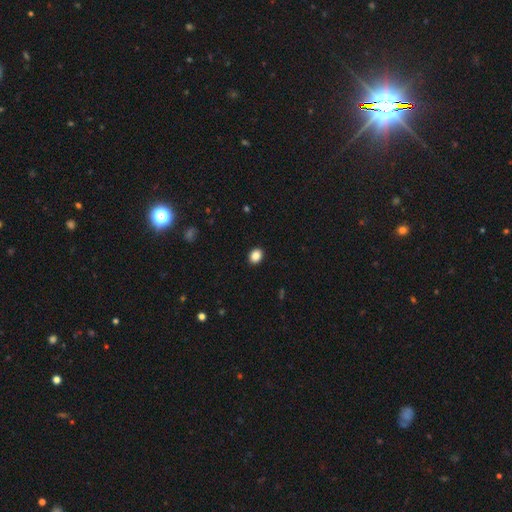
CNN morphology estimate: Smooth or featured? smooth (87%)
How rounded? in between (50%)
Merging? none (92%)